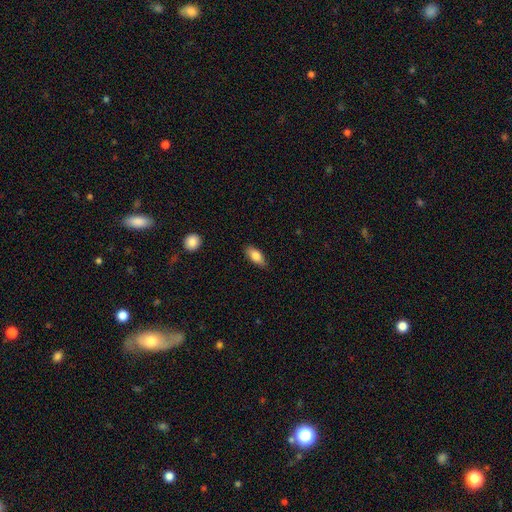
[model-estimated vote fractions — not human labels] smooth_or_featured: smooth (p=0.82) [alt: featured or disk p=0.12]
how_rounded: in between (p=0.85) [alt: cigar-shaped p=0.12]
merging: none (p=0.82) [alt: minor disturbance p=0.15]